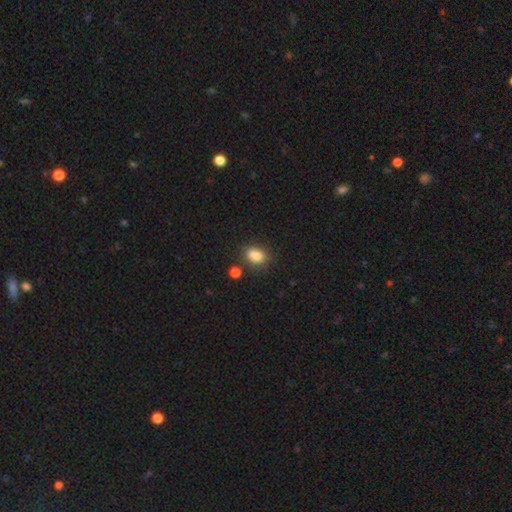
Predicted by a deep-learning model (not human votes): smooth-or-featured: smooth: 82% | star or artifact: 11% | featured or disk: 7%
  how-rounded: in between: 71% | round: 27% | cigar-shaped: 2%
  merging: none: 61% | minor disturbance: 18% | merger: 15% | major disturbance: 5%